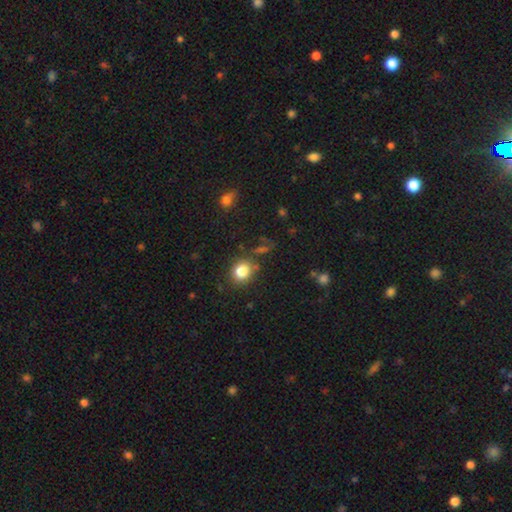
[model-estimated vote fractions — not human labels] Smooth or featured? smooth (63%)
How rounded? round (86%)
Merging? none (76%)